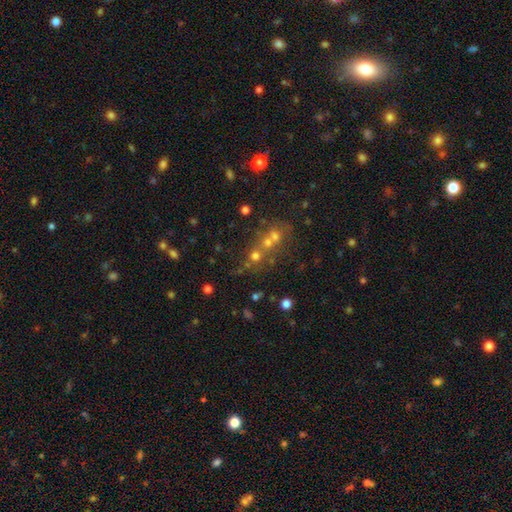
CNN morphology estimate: smooth_or_featured: smooth (p=0.49) [alt: star or artifact p=0.31]
merging: merger (p=0.45) [alt: none p=0.43]